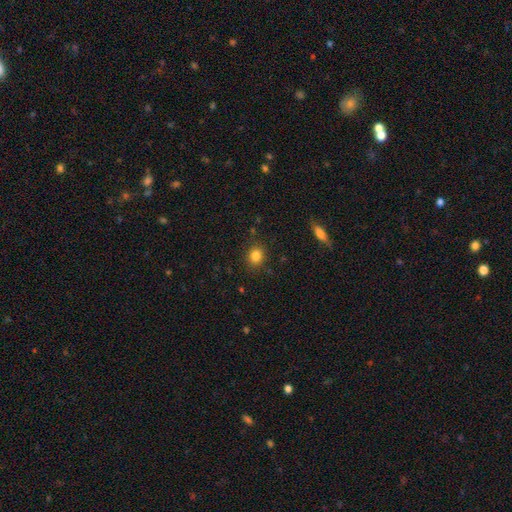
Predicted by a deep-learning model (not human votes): smooth-or-featured: smooth: 83% | star or artifact: 11% | featured or disk: 6%
  how-rounded: round: 73% | in between: 26% | cigar-shaped: 1%
  merging: none: 87% | minor disturbance: 9% | major disturbance: 3% | merger: 2%